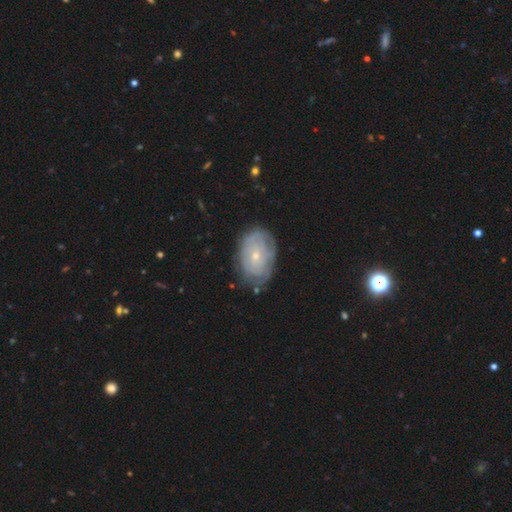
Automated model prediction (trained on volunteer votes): smooth_or_featured: featured or disk (p=0.62) [alt: smooth p=0.31]
disk_edge_on: no (p=0.95) [alt: yes p=0.05]
bar: no (p=0.82) [alt: weak p=0.15]
has_spiral_arms: yes (p=0.71) [alt: no p=0.29]
bulge_size: small (p=0.74) [alt: moderate p=0.23]
merging: none (p=0.73) [alt: minor disturbance p=0.20]